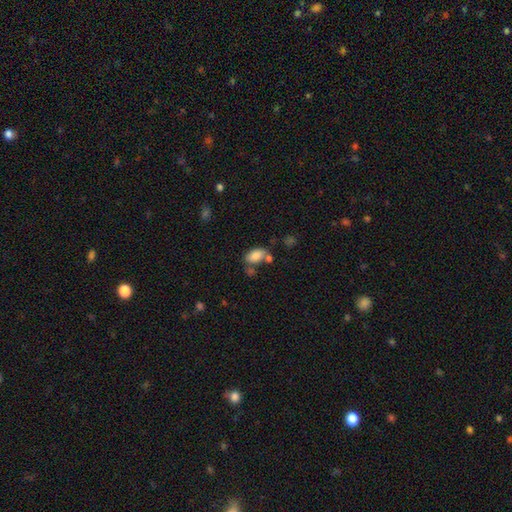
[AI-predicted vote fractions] A smooth galaxy with no disk features (84%) that is in between round and cigar-shaped (91%). Merging: none (53%).